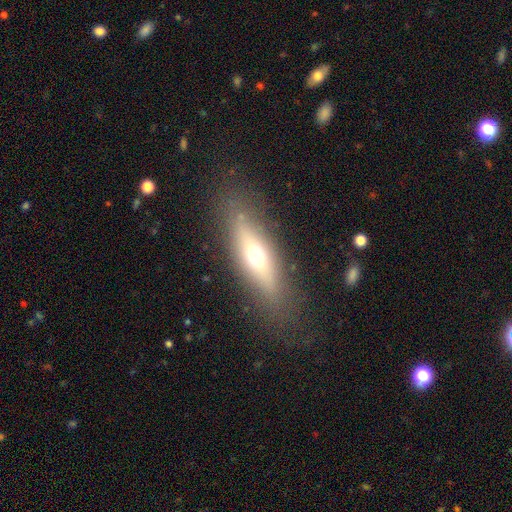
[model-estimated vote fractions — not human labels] Smooth or featured? Predicted: smooth (p=0.50). Merging? Predicted: none (p=0.80).